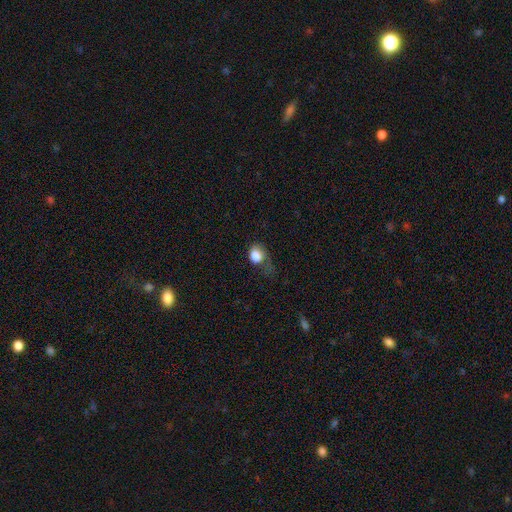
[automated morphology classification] A smooth galaxy with no disk features (81%) that is round (57%).

Vote fractions:
- Smooth or featured? smooth: 81% / featured or disk: 10% / star or artifact: 9%
- How rounded? round: 57% / in between: 42% / cigar-shaped: 1%
- Merging? major disturbance: 39% / none: 29% / minor disturbance: 29% / merger: 3%